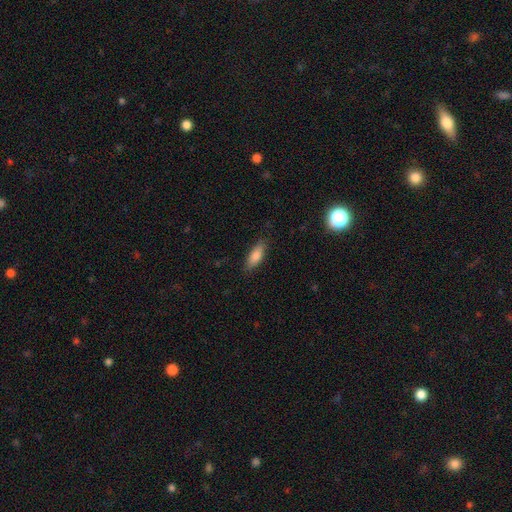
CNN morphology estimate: type=smooth (84%); roundness=in between (68%); merging=none (84%).